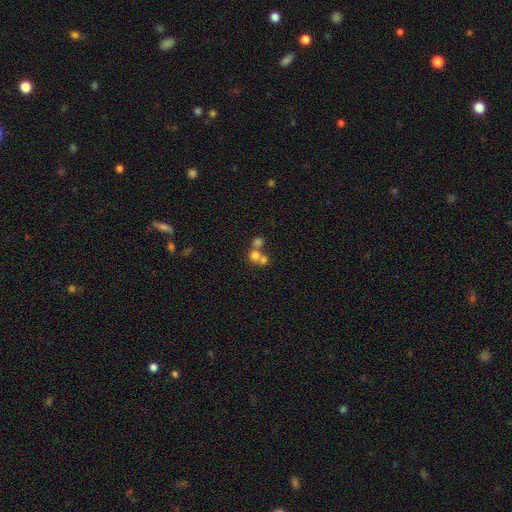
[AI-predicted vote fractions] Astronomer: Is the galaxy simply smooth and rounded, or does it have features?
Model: smooth — 69%.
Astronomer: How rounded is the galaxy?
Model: round — 83%.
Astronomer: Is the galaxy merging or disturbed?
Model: merger — 55% (runner-up: none, 36%).